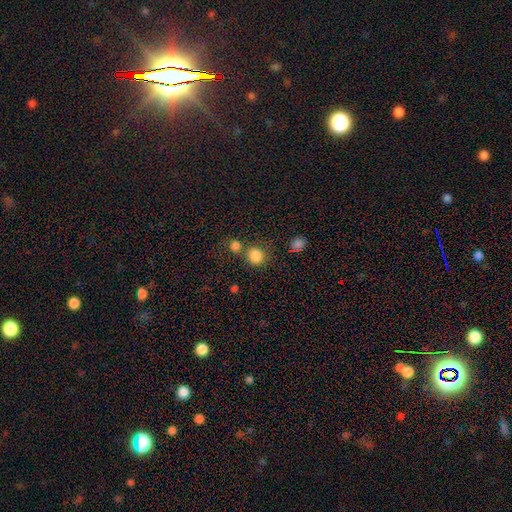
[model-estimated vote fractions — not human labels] Q: Smooth or featured?
A: smooth (82%); runner-up: star or artifact (13%)
Q: How rounded?
A: round (86%); runner-up: in between (13%)
Q: Merging?
A: none (65%); runner-up: merger (21%)